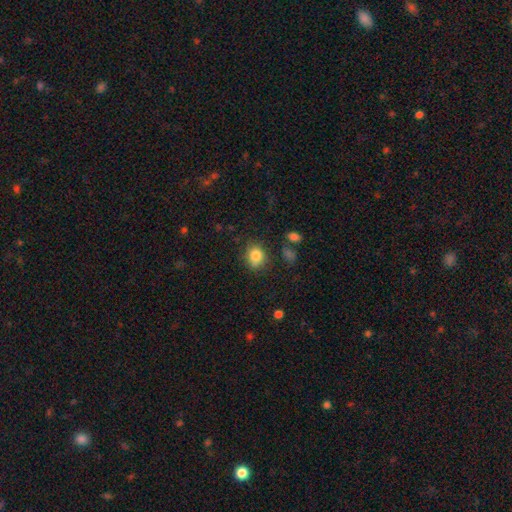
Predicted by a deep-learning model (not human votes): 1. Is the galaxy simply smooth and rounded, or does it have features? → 82% smooth, 10% star or artifact, 7% featured or disk.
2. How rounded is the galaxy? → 58% round, 41% in between, 1% cigar-shaped.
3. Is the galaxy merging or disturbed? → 72% none, 19% minor disturbance, 5% major disturbance, 4% merger.